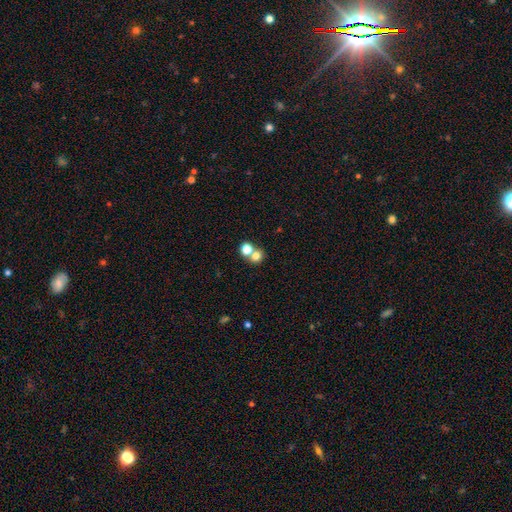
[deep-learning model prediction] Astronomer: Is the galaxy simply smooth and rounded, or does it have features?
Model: smooth — 75%.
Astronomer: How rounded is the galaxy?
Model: round — 76%.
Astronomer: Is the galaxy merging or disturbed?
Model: merger — 50% (runner-up: none, 42%).